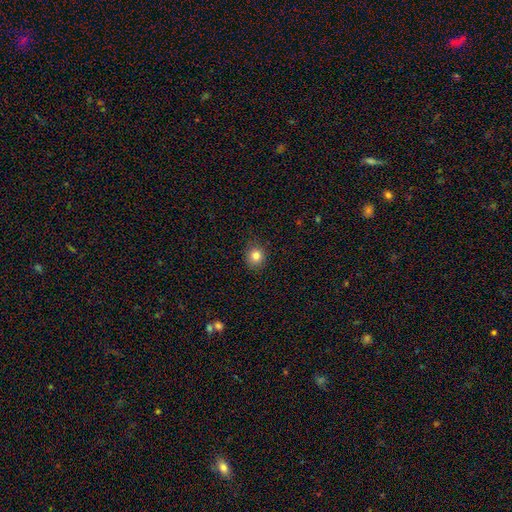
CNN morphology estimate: This is clearly a smooth galaxy (82%). How rounded: clearly round (85%). Merging: clearly none (88%).